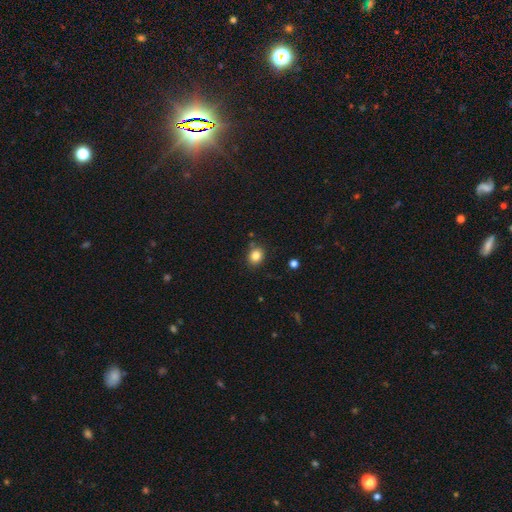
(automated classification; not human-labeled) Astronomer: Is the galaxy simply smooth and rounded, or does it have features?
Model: smooth — 83%.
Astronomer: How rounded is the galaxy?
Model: round — 62% (runner-up: in between, 38%).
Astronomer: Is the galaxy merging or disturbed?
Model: none — 82%.